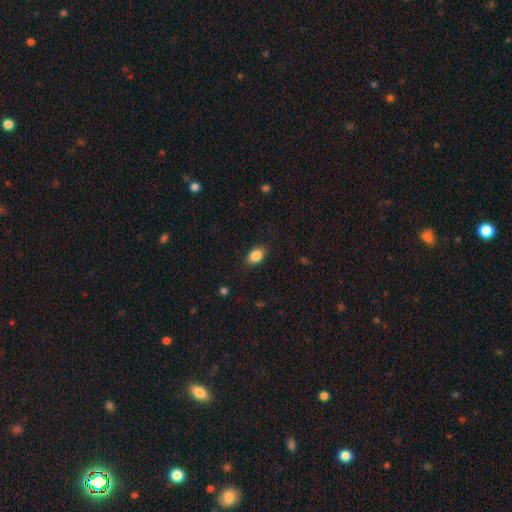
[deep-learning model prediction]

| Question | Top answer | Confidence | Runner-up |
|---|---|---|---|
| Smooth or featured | smooth | 86% | star or artifact (8%) |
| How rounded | in between | 84% | round (15%) |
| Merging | none | 83% | minor disturbance (13%) |